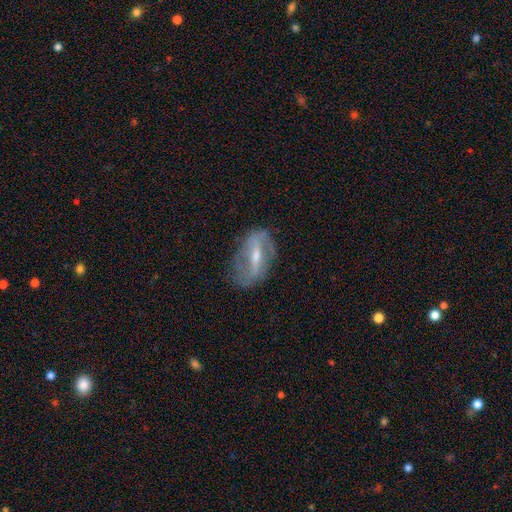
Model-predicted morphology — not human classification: Smooth or featured? Predicted: featured or disk (p=0.77). Edge-on disk? Predicted: no (p=0.88). Bar? Predicted: strong (p=0.57). Spiral arms? Predicted: yes (p=0.77). Spiral winding? Predicted: loose (p=0.43). Spiral arm count? Predicted: 2 (p=0.78). Bulge size? Predicted: small (p=0.47). Merging? Predicted: none (p=0.70).